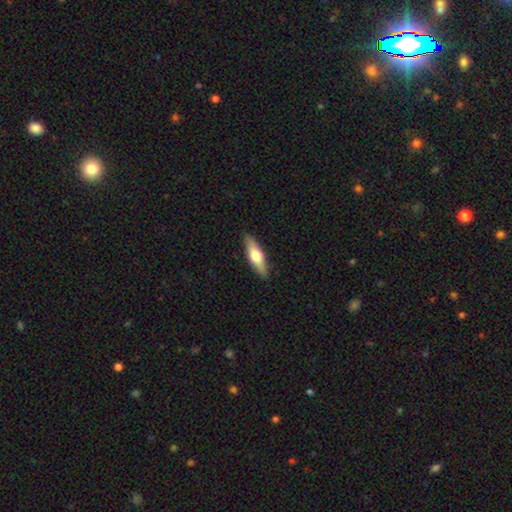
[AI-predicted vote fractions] Overall: smooth (51%; featured or disk 43%). How rounded: cigar-shaped (60%; in between 38%). Merging: none (89%).